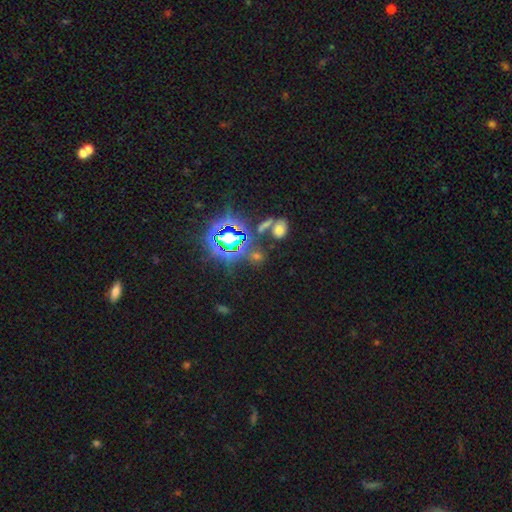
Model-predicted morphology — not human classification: smooth_or_featured: star or artifact (p=0.72) [alt: smooth p=0.19]